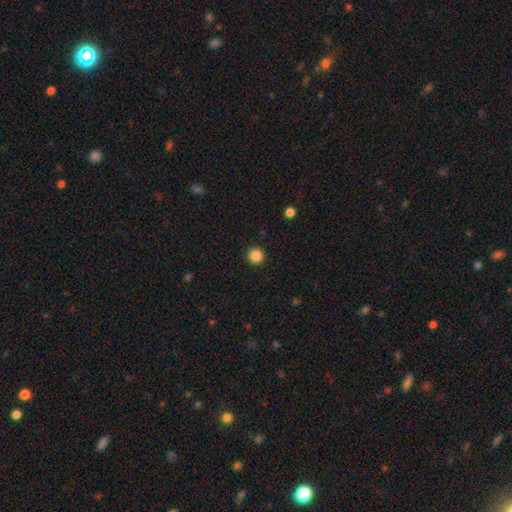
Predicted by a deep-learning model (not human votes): smooth_or_featured: smooth (p=0.86) [alt: star or artifact p=0.11]
how_rounded: round (p=0.96) [alt: in between p=0.03]
merging: none (p=0.93) [alt: minor disturbance p=0.05]